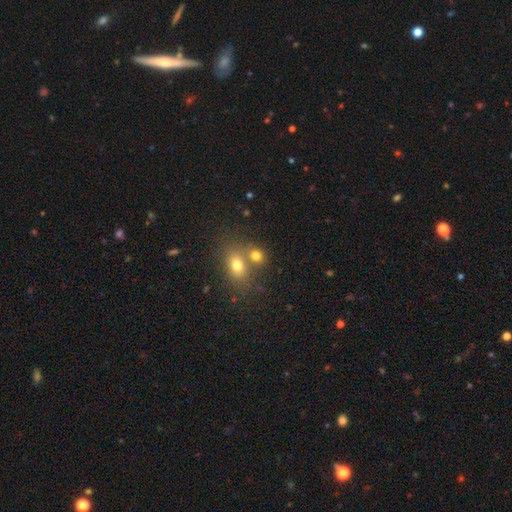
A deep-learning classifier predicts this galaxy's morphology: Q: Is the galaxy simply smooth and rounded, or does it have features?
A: smooth — 74%.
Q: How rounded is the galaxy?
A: in between — 50%.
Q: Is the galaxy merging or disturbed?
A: none — 45%.